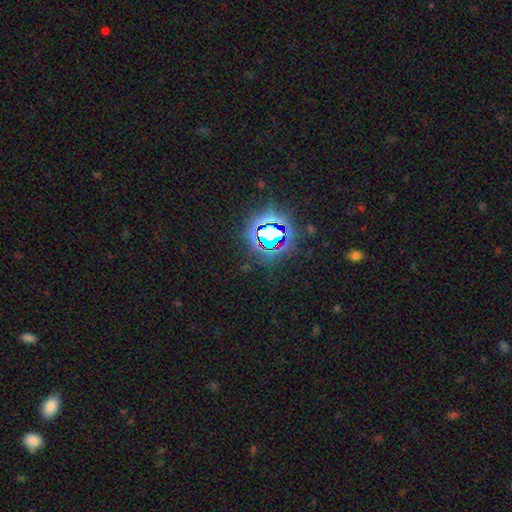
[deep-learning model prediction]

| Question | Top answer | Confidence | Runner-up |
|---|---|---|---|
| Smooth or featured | star or artifact | 80% | smooth (12%) |